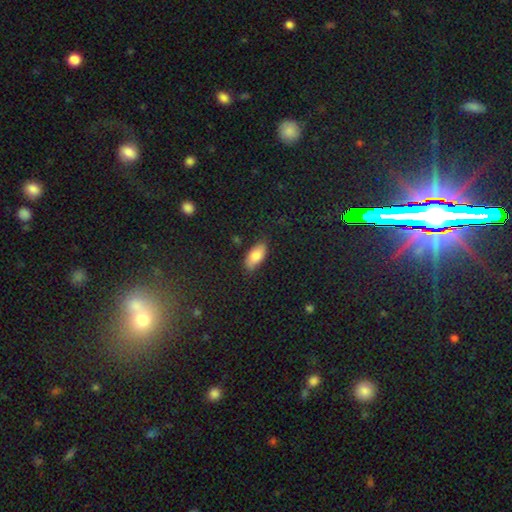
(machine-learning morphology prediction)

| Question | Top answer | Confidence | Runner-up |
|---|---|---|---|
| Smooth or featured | smooth | 82% | featured or disk (11%) |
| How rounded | in between | 89% | cigar-shaped (8%) |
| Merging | none | 83% | minor disturbance (13%) |